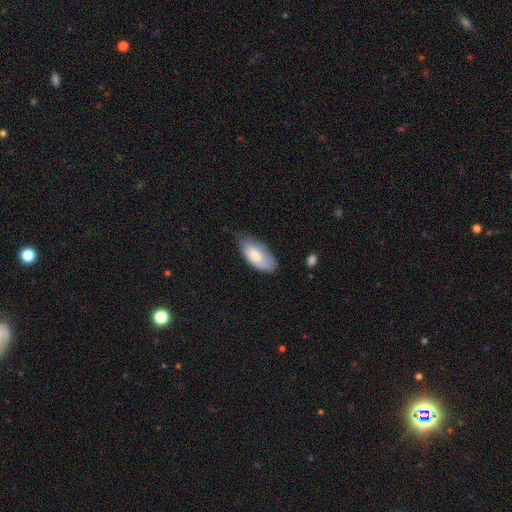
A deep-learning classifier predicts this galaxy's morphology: smooth_or_featured: smooth (p=0.79) [alt: featured or disk p=0.15]
how_rounded: in between (p=0.93) [alt: cigar-shaped p=0.05]
merging: none (p=0.52) [alt: minor disturbance p=0.38]